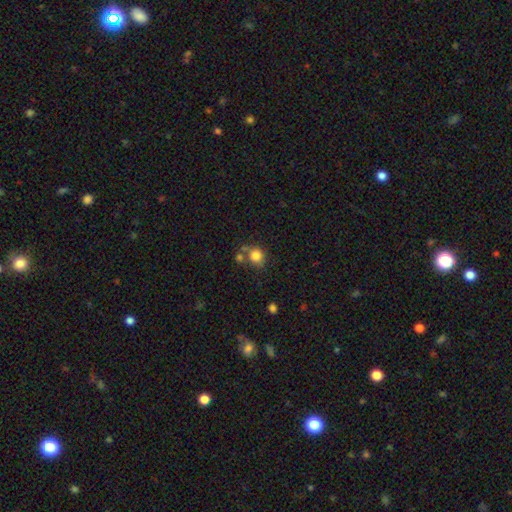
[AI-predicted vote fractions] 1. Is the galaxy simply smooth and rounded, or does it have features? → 81% smooth, 10% star or artifact, 8% featured or disk.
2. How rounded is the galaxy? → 82% round, 17% in between, 1% cigar-shaped.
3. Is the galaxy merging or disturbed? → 54% none, 24% merger, 15% minor disturbance, 7% major disturbance.